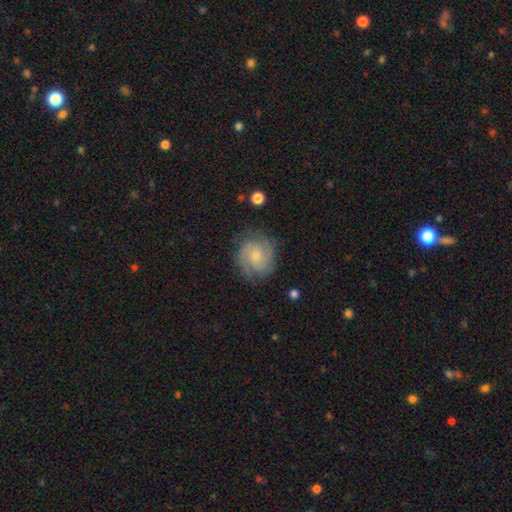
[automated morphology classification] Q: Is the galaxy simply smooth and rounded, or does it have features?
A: featured or disk — 68%.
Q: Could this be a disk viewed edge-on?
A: no — 98%.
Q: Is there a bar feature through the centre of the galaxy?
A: no — 68%.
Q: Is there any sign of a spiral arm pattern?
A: yes — 93%.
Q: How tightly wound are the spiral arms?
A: tight — 50%.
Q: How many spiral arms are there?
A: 2 — 39%.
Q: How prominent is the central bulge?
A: small — 58%.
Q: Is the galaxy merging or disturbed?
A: none — 76%.